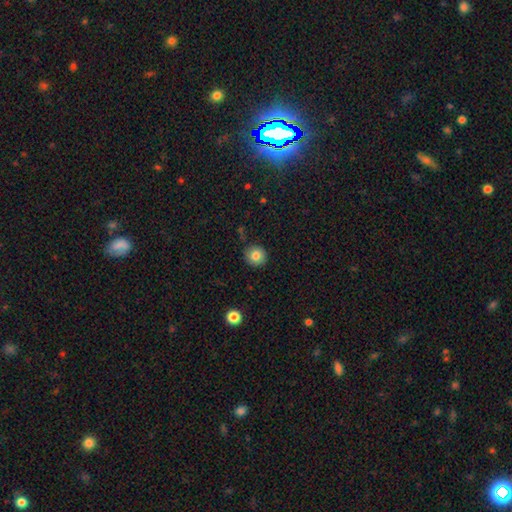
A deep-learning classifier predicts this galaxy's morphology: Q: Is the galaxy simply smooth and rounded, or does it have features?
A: smooth — 83%.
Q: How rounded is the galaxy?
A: round — 93%.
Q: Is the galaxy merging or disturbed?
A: none — 88%.